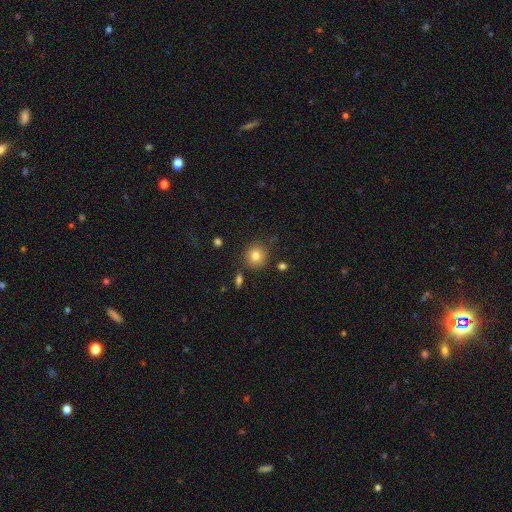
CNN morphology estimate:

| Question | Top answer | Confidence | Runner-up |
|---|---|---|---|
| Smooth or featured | smooth | 80% | star or artifact (11%) |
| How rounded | round | 91% | in between (8%) |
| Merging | none | 85% | minor disturbance (9%) |